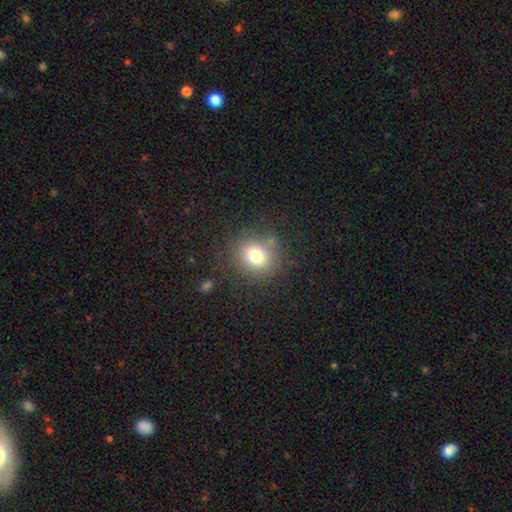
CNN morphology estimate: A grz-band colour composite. It shows a smooth galaxy with no disk features (75%) that is round (76%). Merging: none (81%).